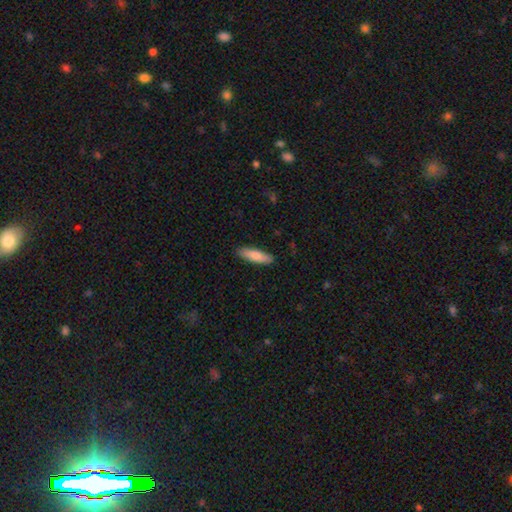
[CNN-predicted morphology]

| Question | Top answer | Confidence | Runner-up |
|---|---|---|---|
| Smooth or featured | smooth | 83% | featured or disk (12%) |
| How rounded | cigar-shaped | 59% | in between (39%) |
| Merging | none | 88% | minor disturbance (9%) |